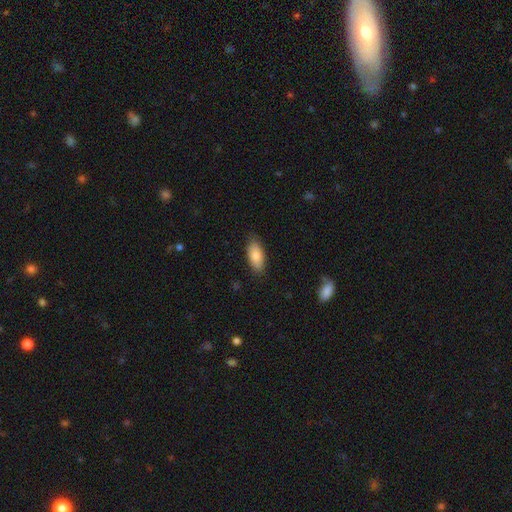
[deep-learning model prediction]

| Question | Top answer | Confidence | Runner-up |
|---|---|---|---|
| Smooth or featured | smooth | 84% | featured or disk (9%) |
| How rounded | in between | 88% | cigar-shaped (9%) |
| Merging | none | 84% | minor disturbance (12%) |